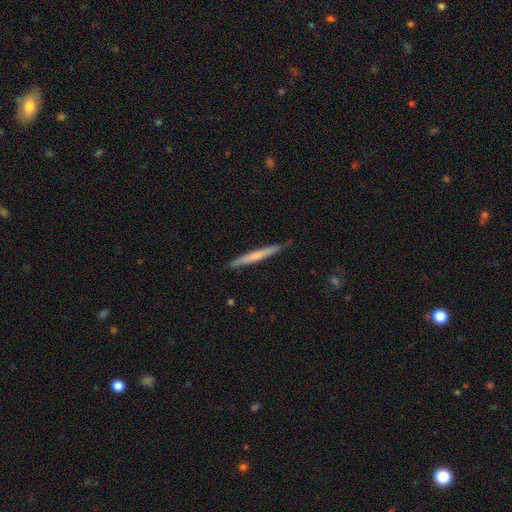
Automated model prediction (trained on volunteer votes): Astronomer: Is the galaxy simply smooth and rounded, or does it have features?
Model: smooth — 52% (runner-up: featured or disk, 42%).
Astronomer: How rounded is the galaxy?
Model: cigar-shaped — 97%.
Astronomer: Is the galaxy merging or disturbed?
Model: none — 87%.